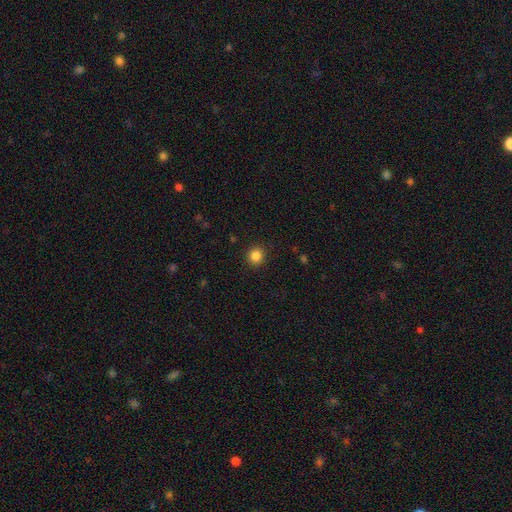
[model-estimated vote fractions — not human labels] Smooth or featured: smooth — 85% (star or artifact — 11%)
How rounded: round — 91% (in between — 8%)
Merging: none — 91% (minor disturbance — 6%)